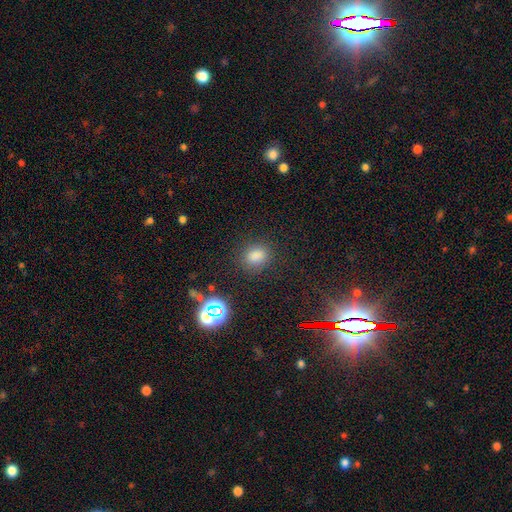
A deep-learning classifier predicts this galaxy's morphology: The model was most divided on "how rounded": round: 60%, in between: 39%, cigar-shaped: 1%. More confident: merging — none (85%); smooth or featured — smooth (75%).